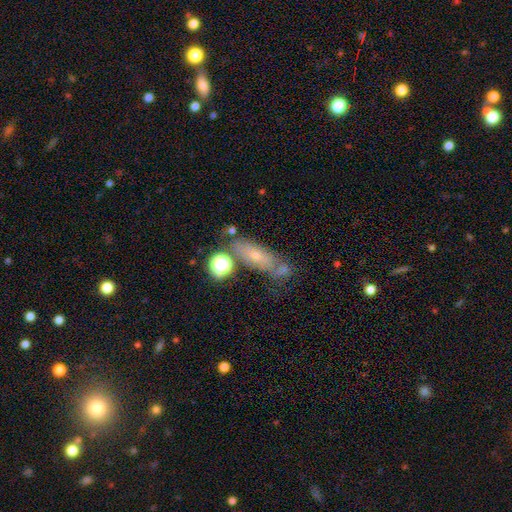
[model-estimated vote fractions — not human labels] Smooth or featured?
  - smooth: 51% *
  - featured or disk: 36%
  - star or artifact: 13%
How rounded?
  - in between: 52% *
  - cigar-shaped: 40%
  - round: 8%
Merging?
  - none: 52% *
  - minor disturbance: 22%
  - merger: 16%
  - major disturbance: 11%